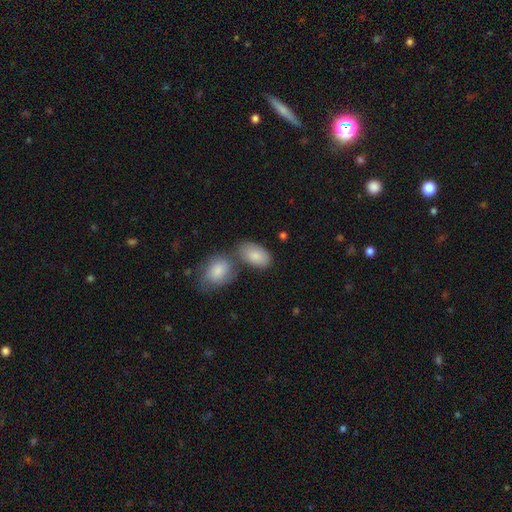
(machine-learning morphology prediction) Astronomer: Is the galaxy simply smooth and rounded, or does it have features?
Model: smooth — 85%.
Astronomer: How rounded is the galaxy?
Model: in between — 92%.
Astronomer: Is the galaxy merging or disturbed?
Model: none — 48% (runner-up: merger, 31%).